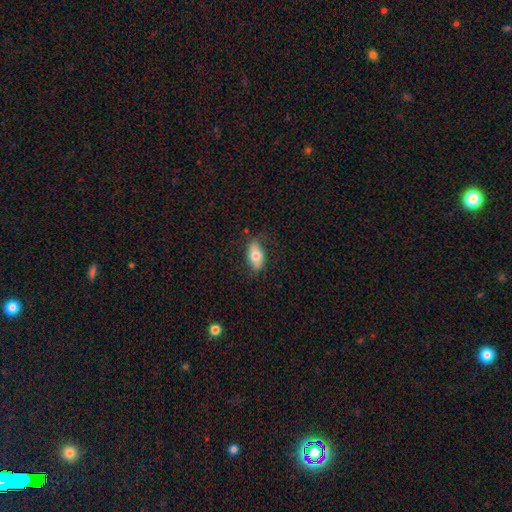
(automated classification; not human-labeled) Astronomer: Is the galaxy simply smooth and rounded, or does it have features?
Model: smooth — 73%.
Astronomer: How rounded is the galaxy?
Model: in between — 91%.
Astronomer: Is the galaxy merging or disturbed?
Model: none — 78%.